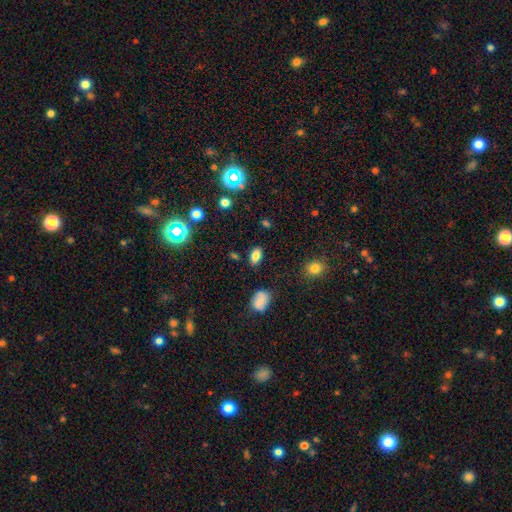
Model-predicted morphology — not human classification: A smooth galaxy with no disk features (78%) that is in between round and cigar-shaped (90%).

Vote fractions:
- Smooth or featured? smooth: 78% / star or artifact: 13% / featured or disk: 9%
- How rounded? in between: 90% / round: 7% / cigar-shaped: 3%
- Merging? none: 85% / minor disturbance: 10% / major disturbance: 3% / merger: 2%